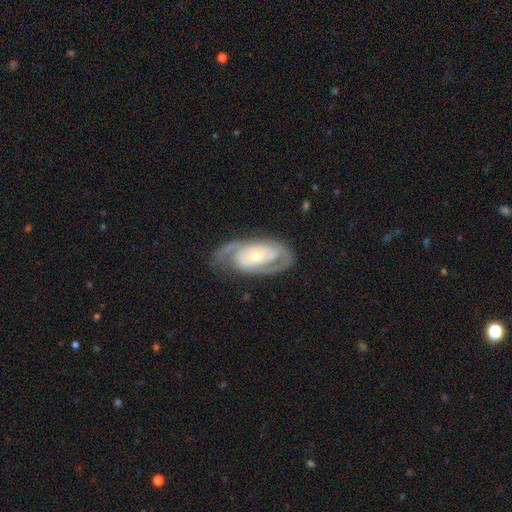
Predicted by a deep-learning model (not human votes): A featured or disk galaxy (82%) with no bar (66%), 2 (64%) tight (56%) spiral arms (87%) and a small central bulge (50%). Merging: none (67%).